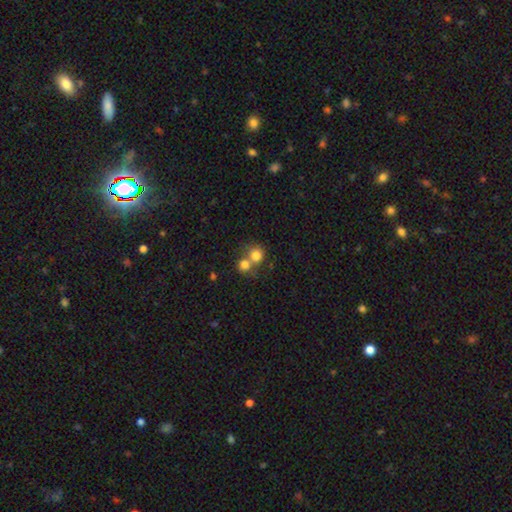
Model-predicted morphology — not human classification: The model was most divided on "merging": merger: 54%, none: 37%, minor disturbance: 6%, major disturbance: 3%. More confident: how rounded — round (85%); smooth or featured — smooth (78%).